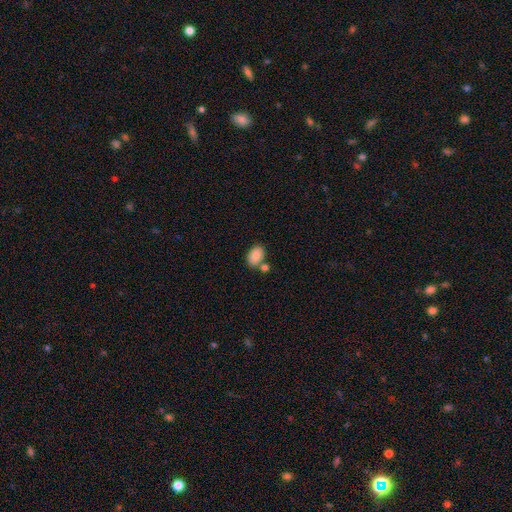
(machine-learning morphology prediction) type=smooth (84%); roundness=in between (85%); merging=none (65%).